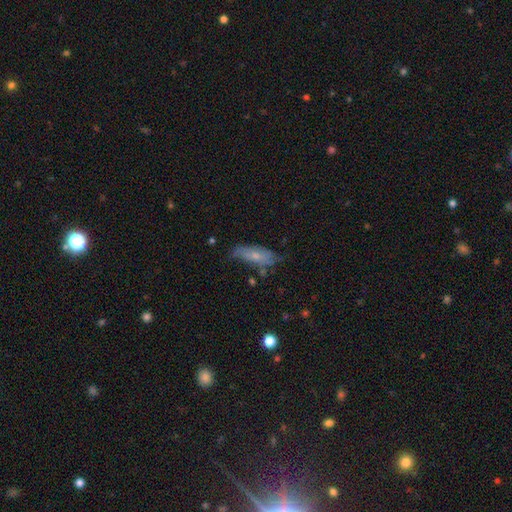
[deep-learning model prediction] smooth_or_featured: smooth (p=0.51) [alt: featured or disk p=0.41]
how_rounded: in between (p=0.66) [alt: cigar-shaped p=0.31]
merging: none (p=0.54) [alt: minor disturbance p=0.31]